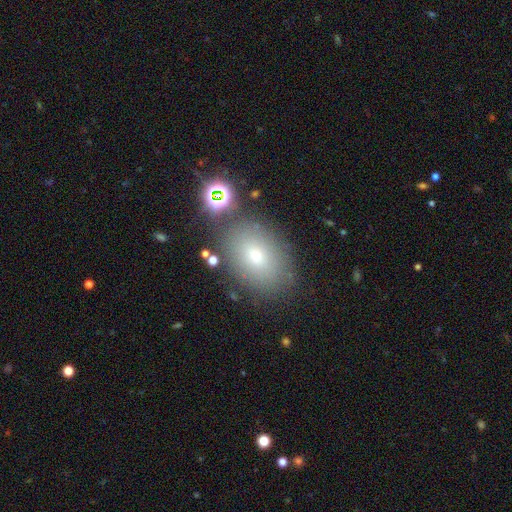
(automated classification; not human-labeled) A smooth galaxy with no disk features (67%) that is in between round and cigar-shaped (76%). Merging: none (78%).